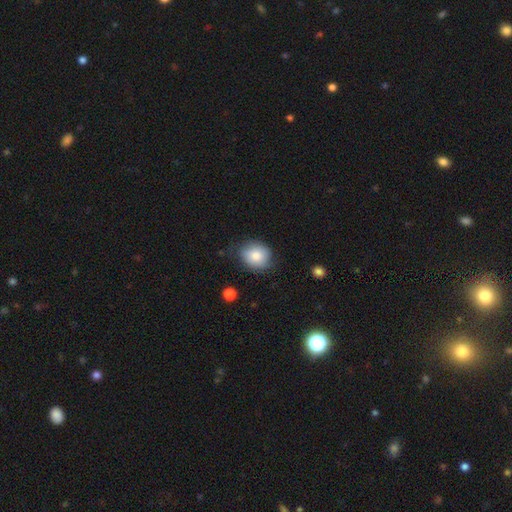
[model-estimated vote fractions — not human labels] Smooth or featured: smooth — 78% (featured or disk — 14%)
How rounded: round — 65% (in between — 34%)
Merging: none — 66% (minor disturbance — 26%)